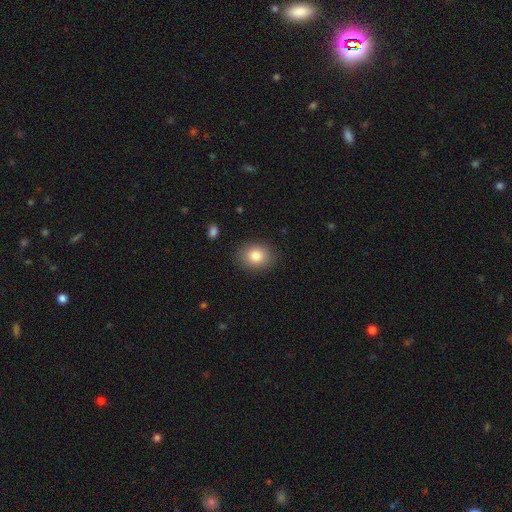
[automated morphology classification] Q: Smooth or featured?
A: smooth (83%); runner-up: star or artifact (9%)
Q: How rounded?
A: in between (52%); runner-up: round (47%)
Q: Merging?
A: none (87%); runner-up: minor disturbance (9%)